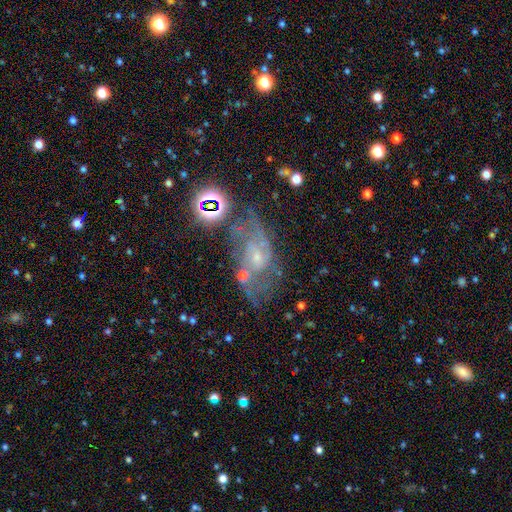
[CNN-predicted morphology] Overall: featured or disk (70%). Edge-on disk: no (94%). Bar: no (53%; weak 38%). Spiral arms: yes (86%). Spiral arm count: 2 (50%; can't tell 31%). Spiral winding: medium (45%; tight 32%). Bulge size: small (70%). Merging: none (53%; minor disturbance 19%).